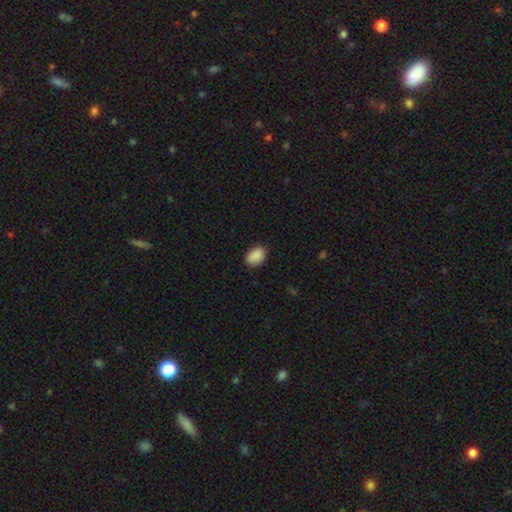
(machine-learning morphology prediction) This appears to be a smooth galaxy with no disk features (89%) that is in between round and cigar-shaped (79%). Merging: none (81%).